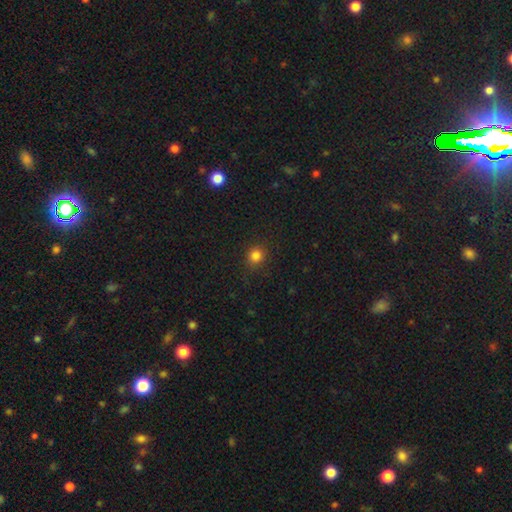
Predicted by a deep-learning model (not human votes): Q: Smooth or featured?
A: smooth (82%); runner-up: star or artifact (13%)
Q: How rounded?
A: round (87%); runner-up: in between (12%)
Q: Merging?
A: none (88%); runner-up: minor disturbance (8%)